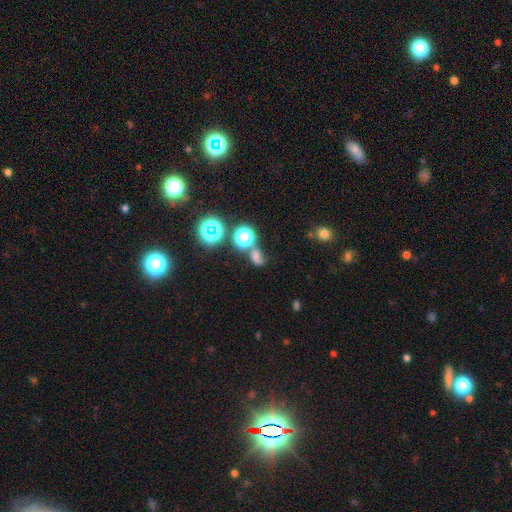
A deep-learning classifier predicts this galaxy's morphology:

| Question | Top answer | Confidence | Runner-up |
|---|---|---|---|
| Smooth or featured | smooth | 47% | star or artifact (32%) |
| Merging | none | 43% | merger (27%) |